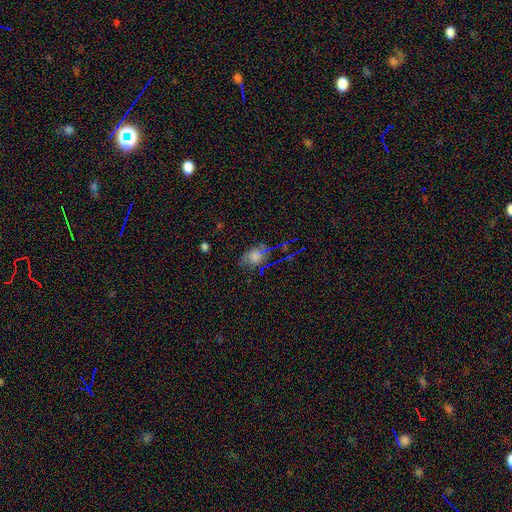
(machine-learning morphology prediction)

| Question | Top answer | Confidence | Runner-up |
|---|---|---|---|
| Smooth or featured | smooth | 64% | star or artifact (23%) |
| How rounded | in between | 70% | round (28%) |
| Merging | none | 60% | minor disturbance (25%) |